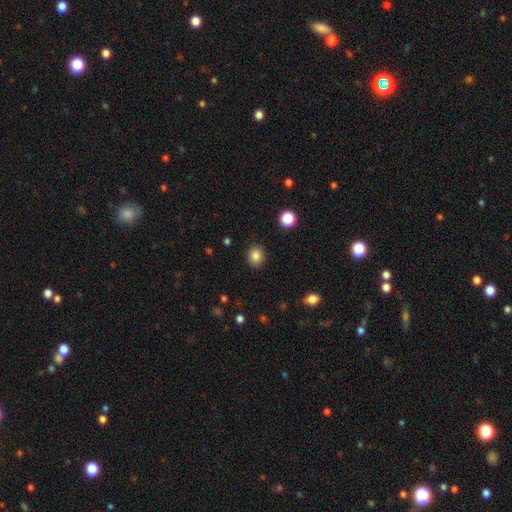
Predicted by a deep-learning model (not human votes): This is clearly a smooth galaxy (85%). How rounded: likely round (68%). Merging: clearly none (90%).